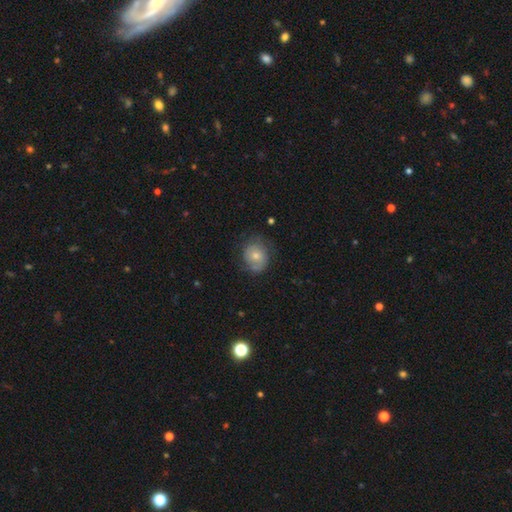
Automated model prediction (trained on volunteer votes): Smooth or featured: smooth — 59% (featured or disk — 33%)
How rounded: round — 67% (in between — 32%)
Merging: none — 64% (minor disturbance — 25%)